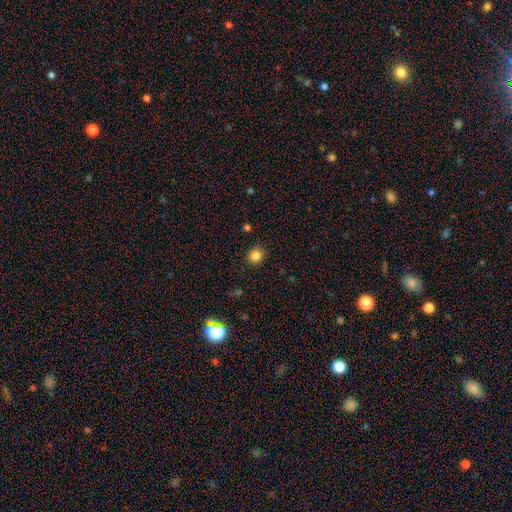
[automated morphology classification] type=smooth (84%); roundness=round (82%); merging=none (88%).